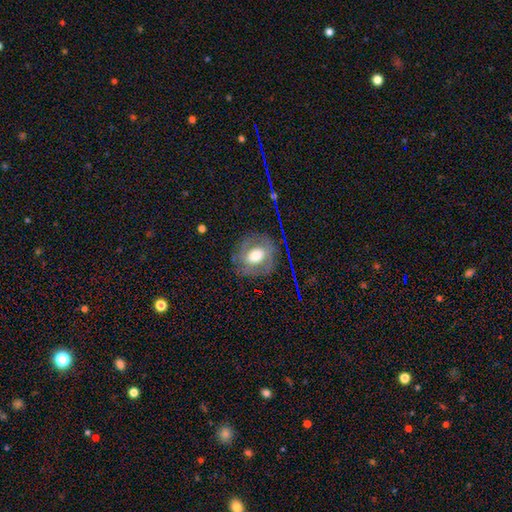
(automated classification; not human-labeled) Overall: smooth (47%; featured or disk 40%). Merging: none (74%).